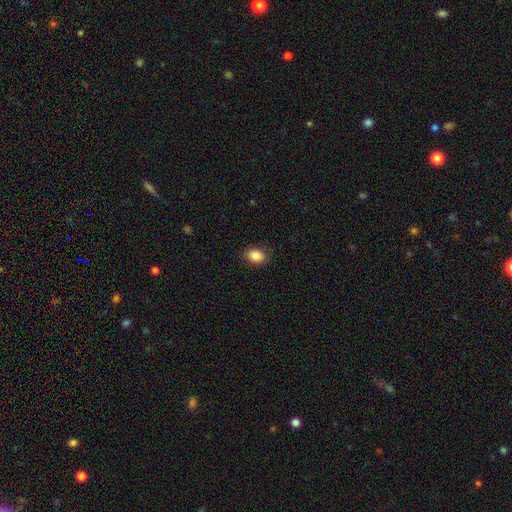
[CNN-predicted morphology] smooth_or_featured: smooth (p=0.88) [alt: star or artifact p=0.08]
how_rounded: in between (p=0.73) [alt: round p=0.26]
merging: none (p=0.85) [alt: minor disturbance p=0.11]